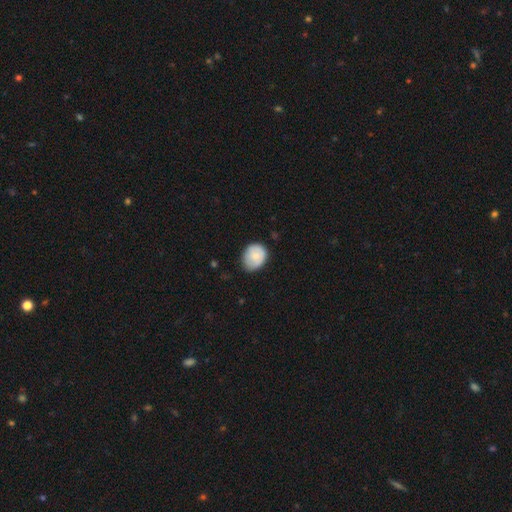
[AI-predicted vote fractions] Smooth or featured: smooth — 72% (featured or disk — 22%)
How rounded: round — 52% (in between — 47%)
Merging: none — 60% (minor disturbance — 32%)